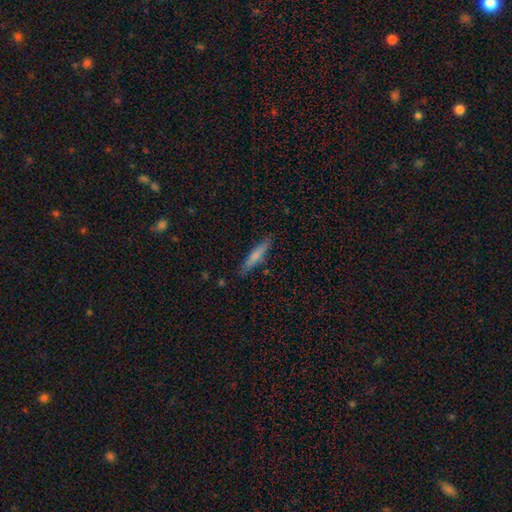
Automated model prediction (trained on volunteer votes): Smooth or featured?
  - smooth: 72% *
  - featured or disk: 22%
  - star or artifact: 6%
How rounded?
  - cigar-shaped: 88% *
  - in between: 11%
  - round: 1%
Merging?
  - none: 85% *
  - minor disturbance: 11%
  - major disturbance: 2%
  - merger: 2%